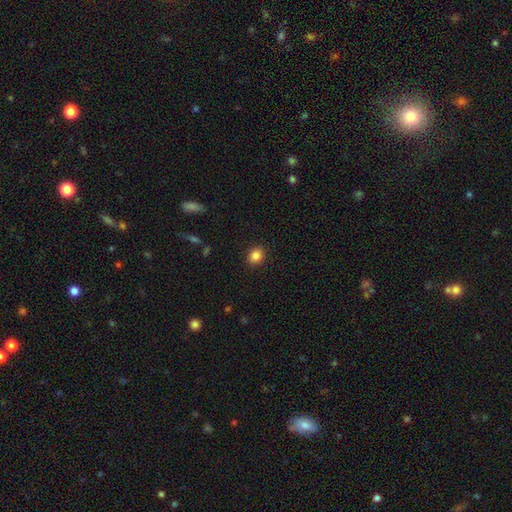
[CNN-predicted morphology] A smooth galaxy with no disk features (85%) that is round (56%).

Vote fractions:
- Smooth or featured? smooth: 85% / star or artifact: 10% / featured or disk: 5%
- How rounded? round: 56% / in between: 43% / cigar-shaped: 1%
- Merging? none: 90% / minor disturbance: 7% / major disturbance: 2% / merger: 1%